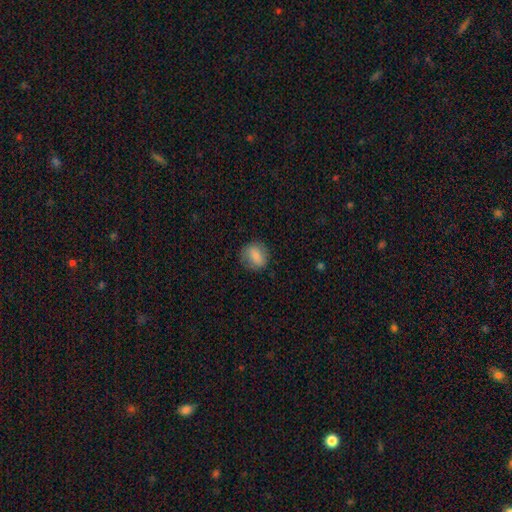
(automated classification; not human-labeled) smooth-or-featured: smooth: 76% | featured or disk: 16% | star or artifact: 8%
  how-rounded: round: 74% | in between: 24% | cigar-shaped: 1%
  merging: none: 78% | minor disturbance: 15% | major disturbance: 5% | merger: 1%